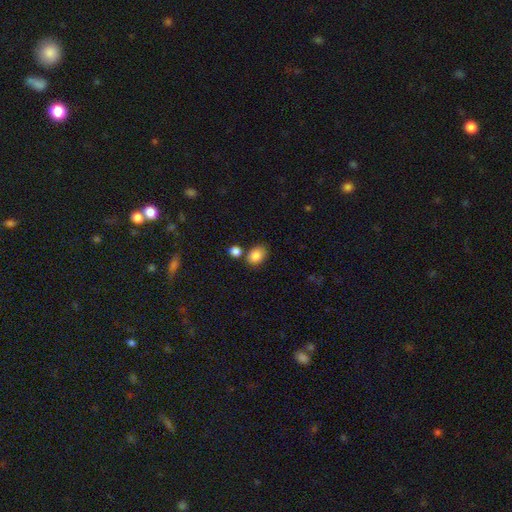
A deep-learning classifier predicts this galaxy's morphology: smooth_or_featured: smooth (p=0.86) [alt: star or artifact p=0.09]
how_rounded: in between (p=0.73) [alt: round p=0.26]
merging: none (p=0.65) [alt: minor disturbance p=0.16]